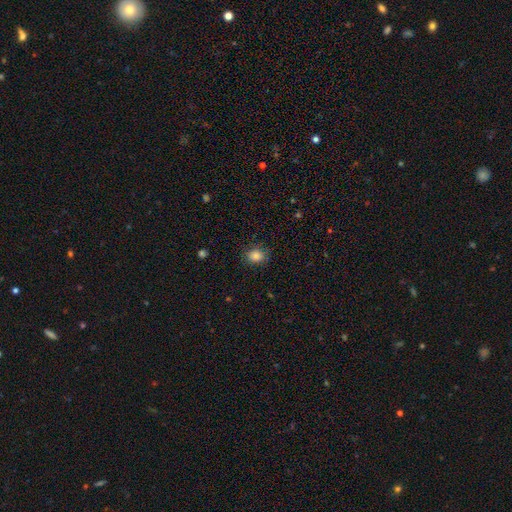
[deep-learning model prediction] smooth 85%, star or artifact 10%, featured or disk 5%. Down the decision tree: how rounded — round (56%); merging — none (81%).